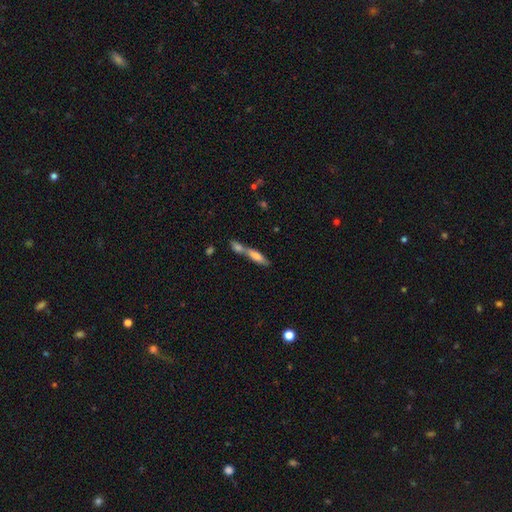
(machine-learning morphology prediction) A smooth galaxy with no disk features (65%) that is cigar-shaped (64%). Merging: merger (59%).